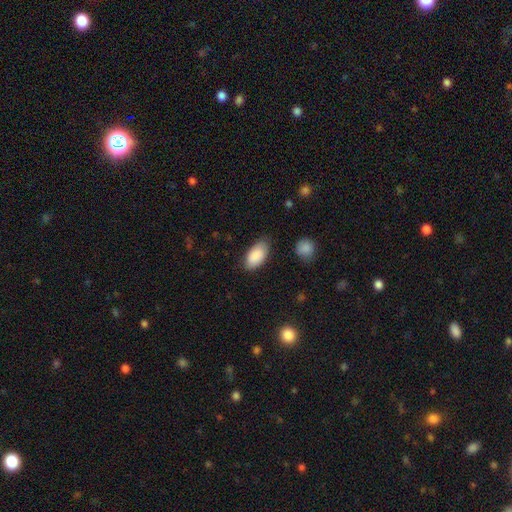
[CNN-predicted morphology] Smooth or featured? smooth (88%)
How rounded? in between (94%)
Merging? none (77%)